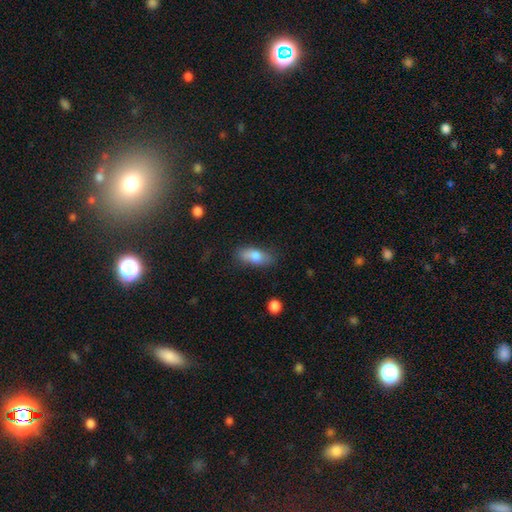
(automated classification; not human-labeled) A smooth galaxy with no disk features (76%) that is in between round and cigar-shaped (75%).

Vote fractions:
- Smooth or featured? smooth: 76% / featured or disk: 17% / star or artifact: 7%
- How rounded? in between: 75% / cigar-shaped: 21% / round: 4%
- Merging? none: 74% / minor disturbance: 19% / major disturbance: 5% / merger: 3%